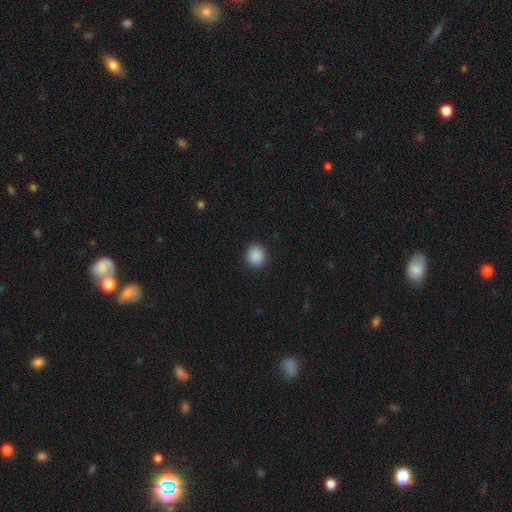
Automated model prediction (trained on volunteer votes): Morphology: type=smooth (89%); roundness=round (82%); merging=none (92%).